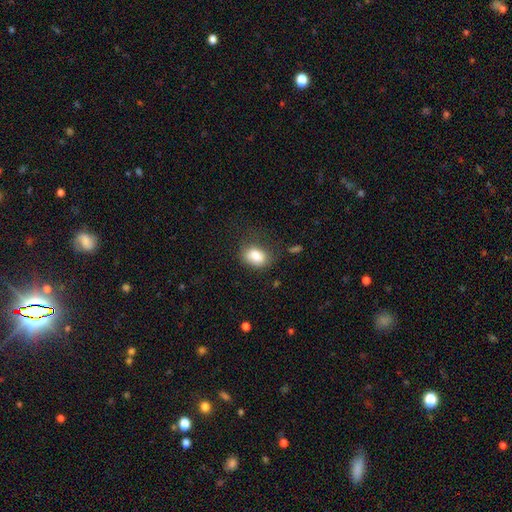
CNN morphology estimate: A smooth galaxy with no disk features (82%) that is in between round and cigar-shaped (68%). Merging: none (62%).